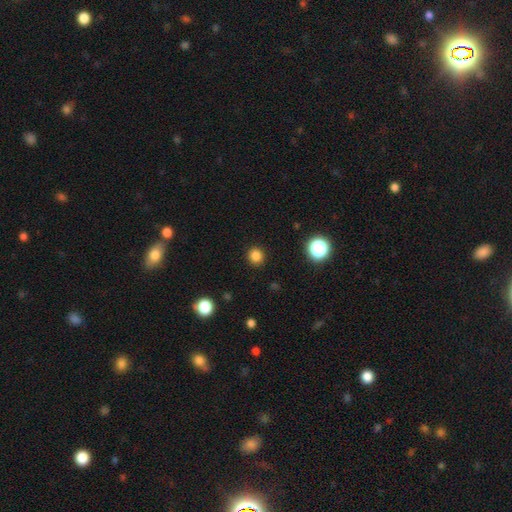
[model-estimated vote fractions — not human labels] Smooth or featured: smooth — 83% (star or artifact — 13%)
How rounded: round — 91% (in between — 8%)
Merging: none — 91% (minor disturbance — 5%)